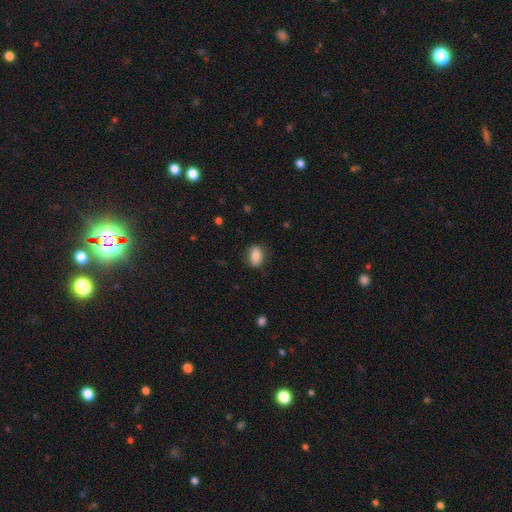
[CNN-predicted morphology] smooth_or_featured: smooth (p=0.81) [alt: featured or disk p=0.11]
how_rounded: in between (p=0.73) [alt: round p=0.25]
merging: none (p=0.79) [alt: minor disturbance p=0.16]